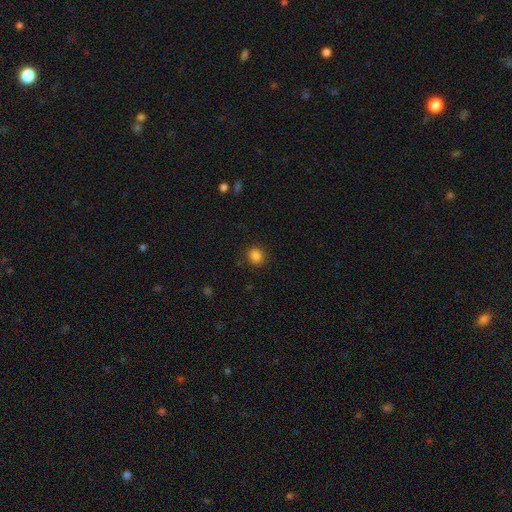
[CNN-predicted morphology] The model was most divided on "how rounded": round: 85%, in between: 14%, cigar-shaped: 1%. More confident: merging — none (89%); smooth or featured — smooth (84%).